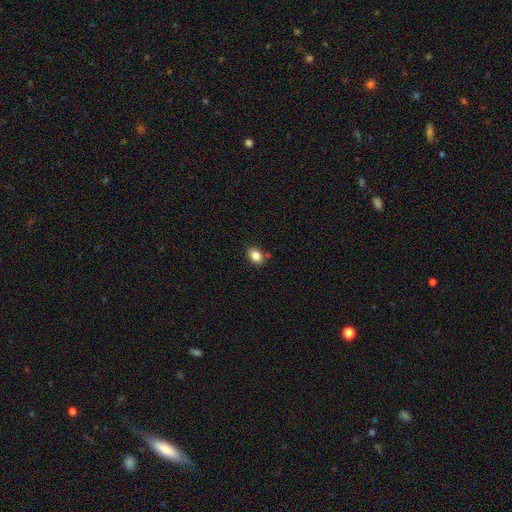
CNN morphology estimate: This appears to be a smooth galaxy with no disk features (84%) that is in between round and cigar-shaped (76%). Merging: none (81%).